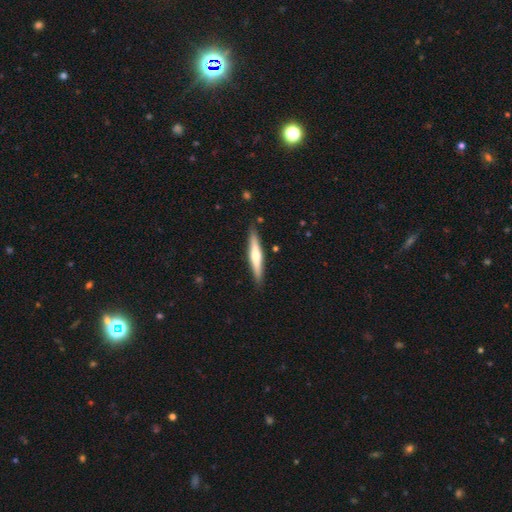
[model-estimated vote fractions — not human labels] The model was most divided on "smooth or featured": smooth: 48%, featured or disk: 47%, star or artifact: 5%. More confident: merging — none (88%).